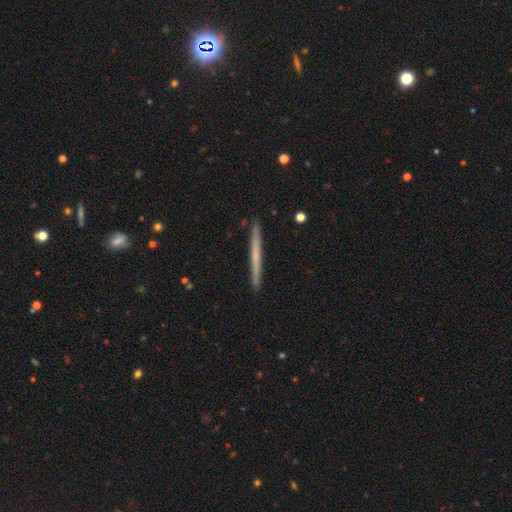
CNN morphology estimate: smooth 49%, featured or disk 46%, star or artifact 5%. Down the decision tree: merging — none (93%).